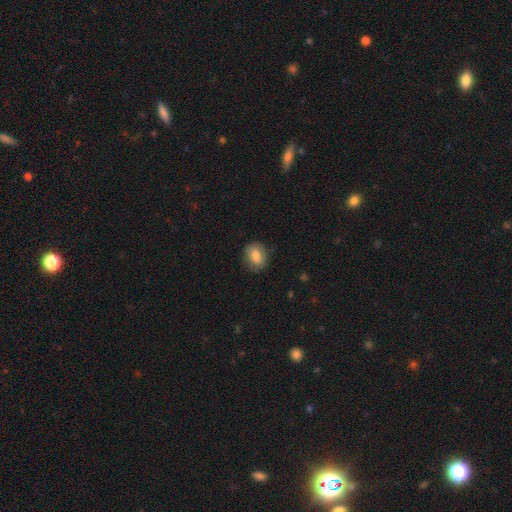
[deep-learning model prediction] Morphology: type=smooth (85%); roundness=in between (64%); merging=none (79%).